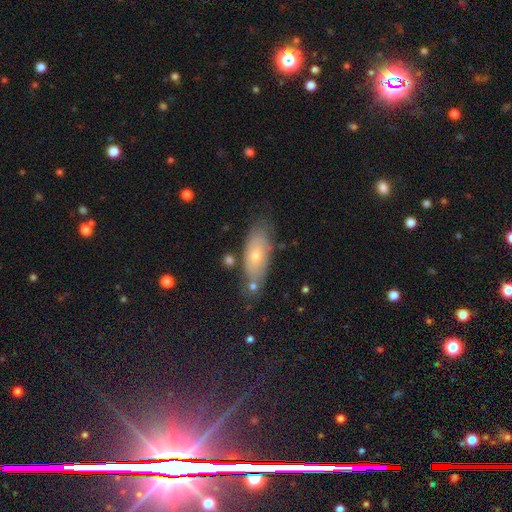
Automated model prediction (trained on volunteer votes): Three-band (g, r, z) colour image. It shows a smooth galaxy with no disk features (60%) that is in between round and cigar-shaped (76%). Merging: none (69%).